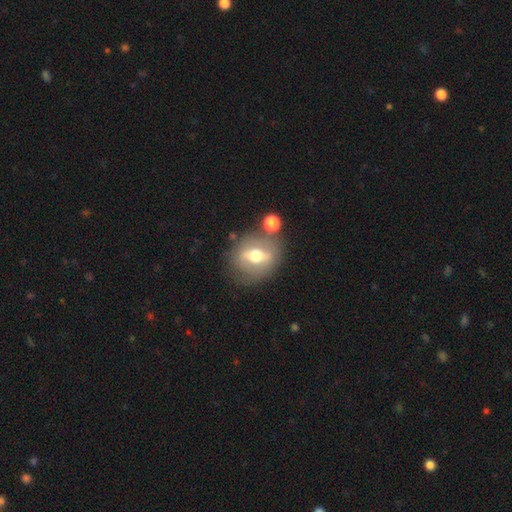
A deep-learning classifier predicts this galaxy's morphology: Smooth or featured? featured or disk (58%)
Edge-on disk? no (78%)
Merging? none (71%)